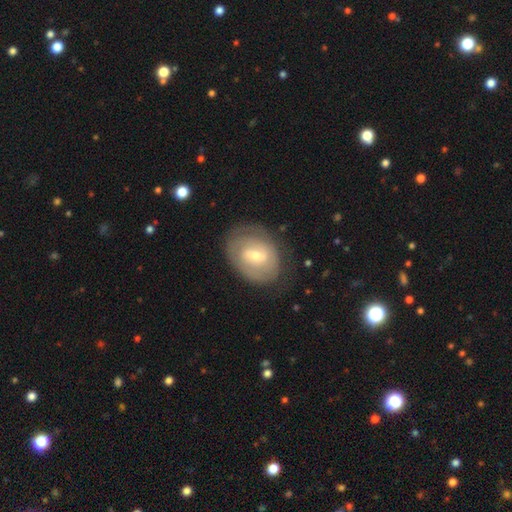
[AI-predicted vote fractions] smooth-or-featured: featured or disk: 62% | smooth: 31% | star or artifact: 7%
  disk-edge-on: no: 95% | yes: 5%
    bar: weak: 54% | no: 28% | strong: 18%
    has-spiral-arms: yes: 65% | no: 35%
    bulge-size: small: 52% | moderate: 43% | large: 3% | none: 1% | dominant: 1%
  merging: none: 73% | minor disturbance: 18% | major disturbance: 8% | merger: 1%